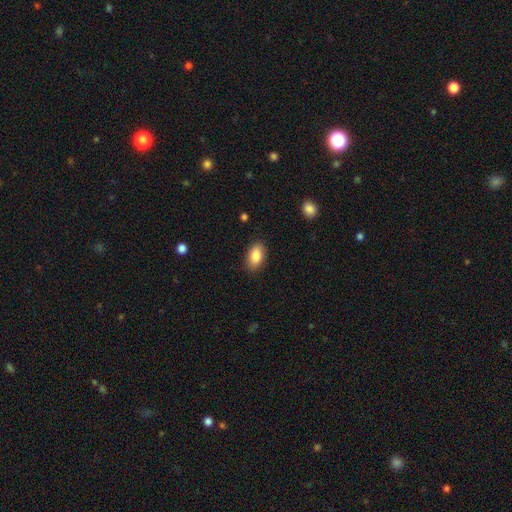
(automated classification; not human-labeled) The model was most divided on "merging": none: 86%, minor disturbance: 10%, major disturbance: 3%, merger: 1%. More confident: how rounded — in between (92%); smooth or featured — smooth (87%).